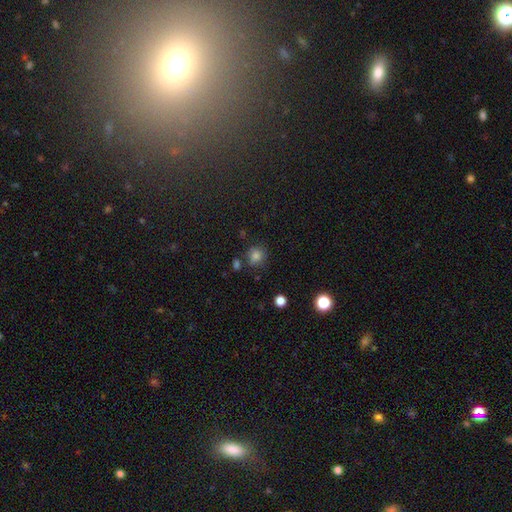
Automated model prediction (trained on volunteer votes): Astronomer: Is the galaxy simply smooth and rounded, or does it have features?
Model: smooth — 78%.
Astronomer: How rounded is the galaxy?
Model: round — 81%.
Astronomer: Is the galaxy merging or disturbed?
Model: none — 75%.